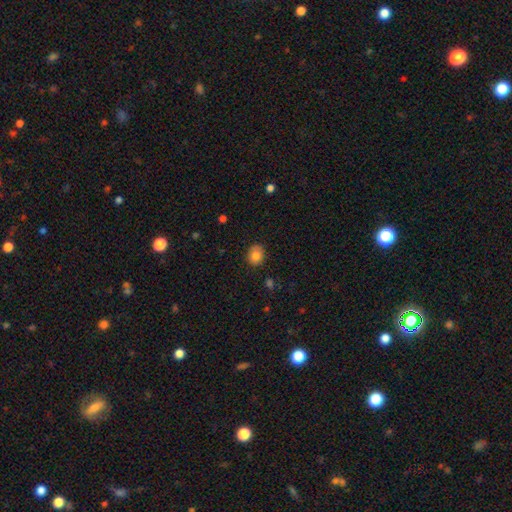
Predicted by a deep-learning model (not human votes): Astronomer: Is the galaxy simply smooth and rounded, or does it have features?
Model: smooth — 82%.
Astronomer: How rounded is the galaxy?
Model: round — 60% (runner-up: in between, 39%).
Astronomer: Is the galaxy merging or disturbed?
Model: none — 76%.